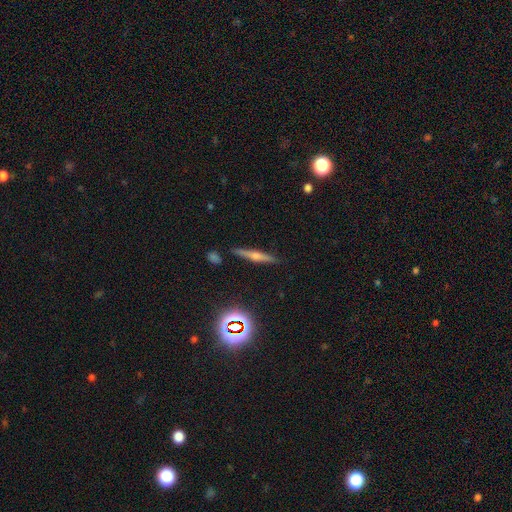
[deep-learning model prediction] Morphology: type=featured or disk (60%); edge-on=yes (96%); edge-on bulge=rounded (80%); merging=none (89%).